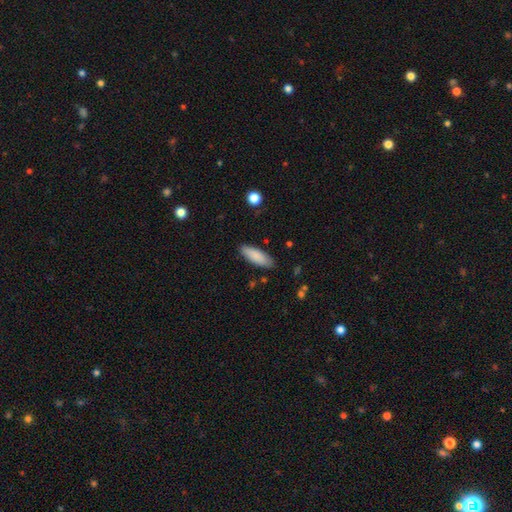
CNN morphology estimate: Smooth or featured: smooth — 87% (featured or disk — 7%)
How rounded: in between — 64% (cigar-shaped — 34%)
Merging: none — 86% (minor disturbance — 10%)